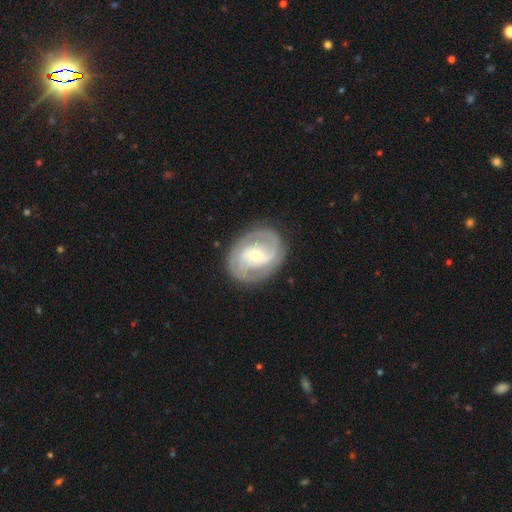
smooth_or_featured: featured or disk (p=0.93) [alt: smooth p=0.05]
disk_edge_on: no (p=1.00)
bar: no (p=0.46) [alt: strong p=0.27]
has_spiral_arms: yes (p=1.00)
spiral_winding: tight (p=0.54) [alt: medium p=0.38]
spiral_arm_count: 2 (p=0.73) [alt: 1 p=0.16]
bulge_size: moderate (p=0.57) [alt: small p=0.38]
merging: none (p=0.95) [alt: minor disturbance p=0.05]